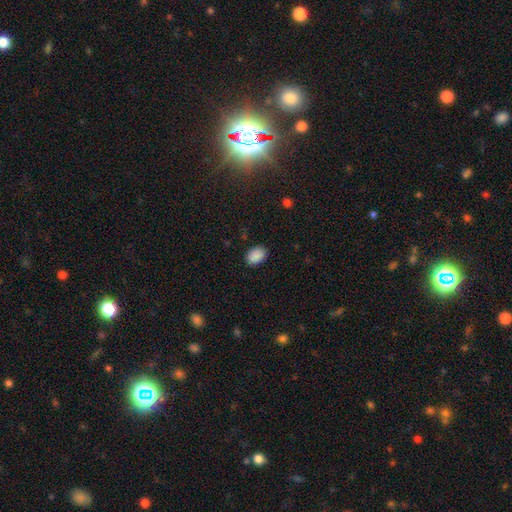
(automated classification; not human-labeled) Q: Smooth or featured?
A: smooth (89%); runner-up: star or artifact (8%)
Q: How rounded?
A: in between (80%); runner-up: round (19%)
Q: Merging?
A: none (86%); runner-up: minor disturbance (10%)